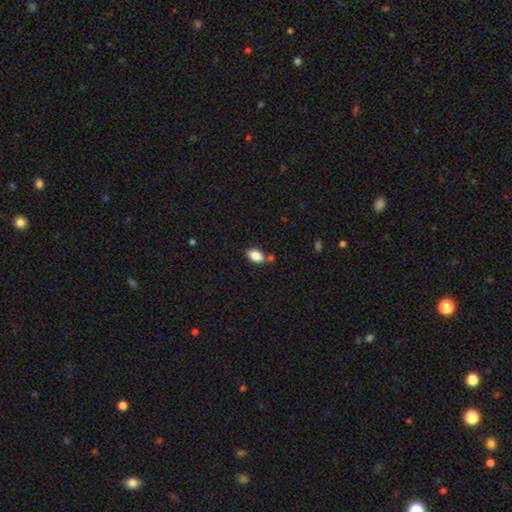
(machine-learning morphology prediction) Smooth or featured? Predicted: smooth (p=0.87). How rounded? Predicted: in between (p=0.91). Merging? Predicted: none (p=0.71).